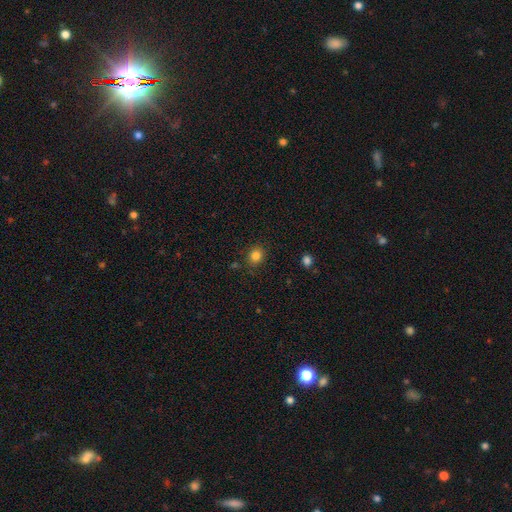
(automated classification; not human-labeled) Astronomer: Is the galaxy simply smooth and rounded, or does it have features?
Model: smooth — 83%.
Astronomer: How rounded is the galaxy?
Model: round — 71%.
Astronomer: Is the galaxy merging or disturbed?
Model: none — 86%.